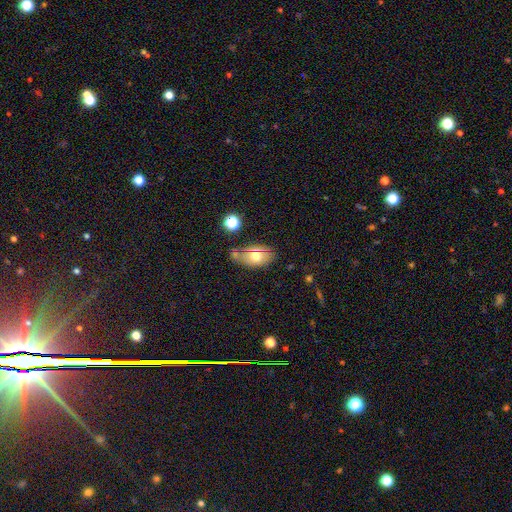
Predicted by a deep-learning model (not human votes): Morphology: type=smooth (63%); roundness=in between (85%); merging=none (56%).